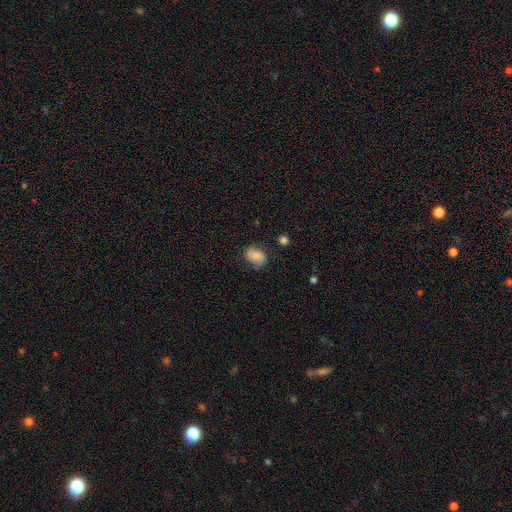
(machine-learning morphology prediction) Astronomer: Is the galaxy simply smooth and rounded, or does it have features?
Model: smooth — 47% (runner-up: featured or disk, 45%).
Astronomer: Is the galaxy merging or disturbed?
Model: none — 69%.